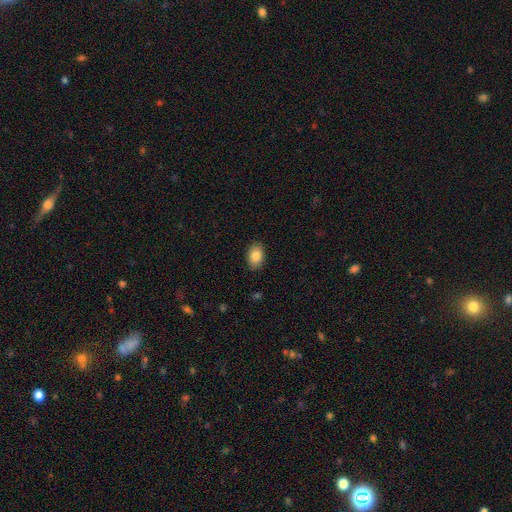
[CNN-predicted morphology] Smooth or featured: smooth — 85% (featured or disk — 8%)
How rounded: in between — 87% (round — 11%)
Merging: none — 88% (minor disturbance — 9%)